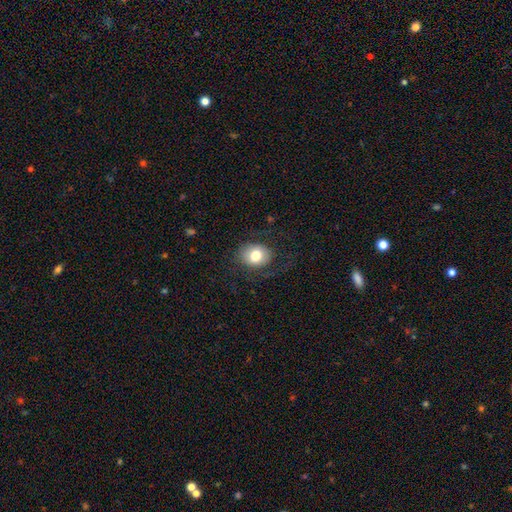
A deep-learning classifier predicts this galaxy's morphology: type=smooth (76%); roundness=round (52%); merging=none (71%).